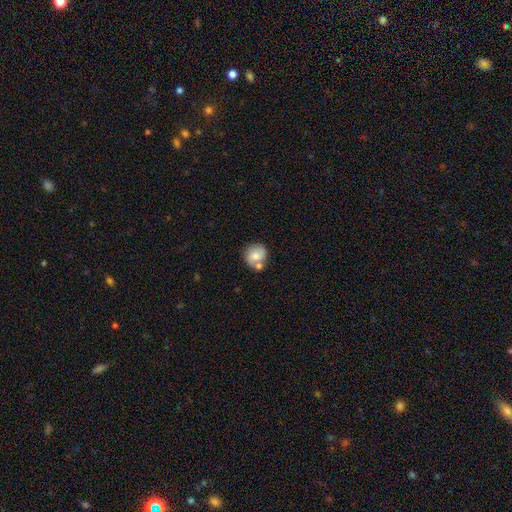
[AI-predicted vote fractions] Overall: smooth (62%; featured or disk 29%). How rounded: round (81%). Merging: none (49%; merger 29%).